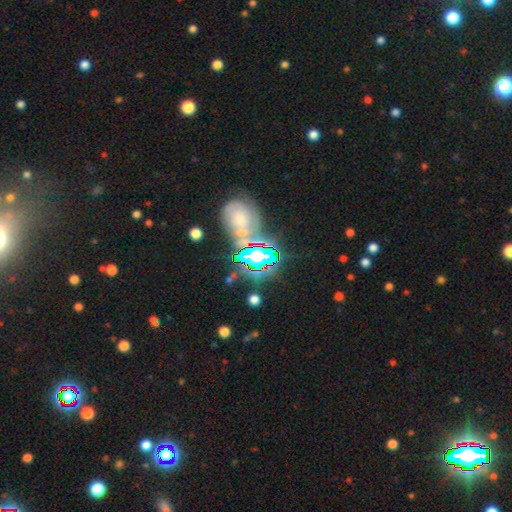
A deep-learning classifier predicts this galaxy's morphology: Smooth or featured: star or artifact — 58% (smooth — 26%)